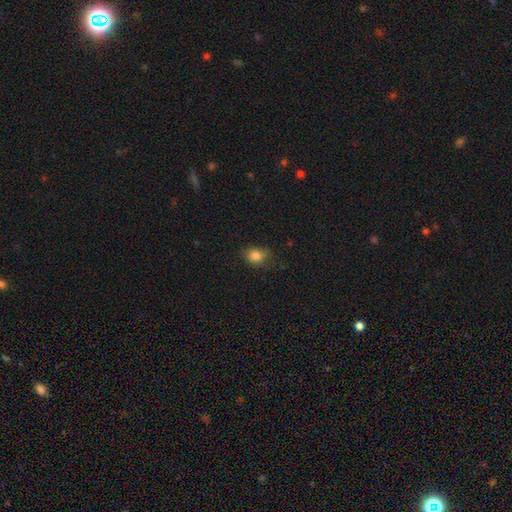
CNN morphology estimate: A smooth galaxy with no disk features (83%) that is round (55%).

Vote fractions:
- Smooth or featured? smooth: 83% / star or artifact: 11% / featured or disk: 6%
- How rounded? round: 55% / in between: 44% / cigar-shaped: 1%
- Merging? none: 70% / minor disturbance: 23% / major disturbance: 6% / merger: 1%